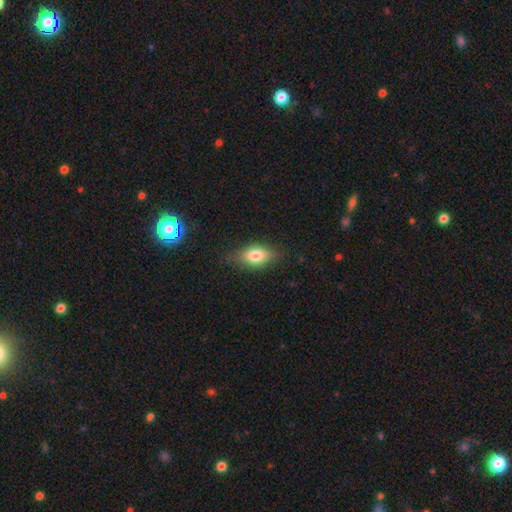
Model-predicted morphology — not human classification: The model was most divided on "smooth or featured": smooth: 71%, featured or disk: 21%, star or artifact: 9%. More confident: how rounded — in between (81%); merging — none (72%).